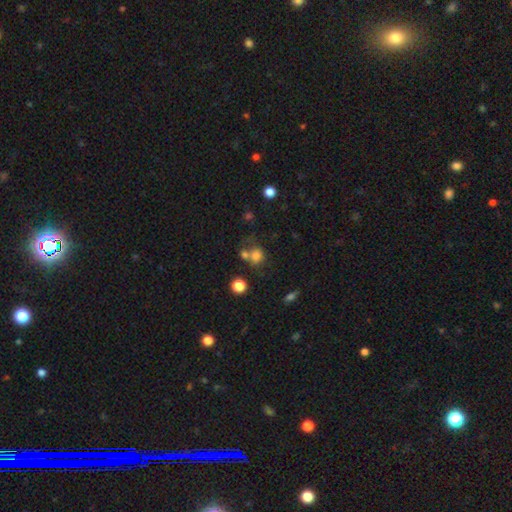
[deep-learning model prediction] This is likely a smooth galaxy (75%). How rounded: likely round (70%). Merging: marginally none (45%).